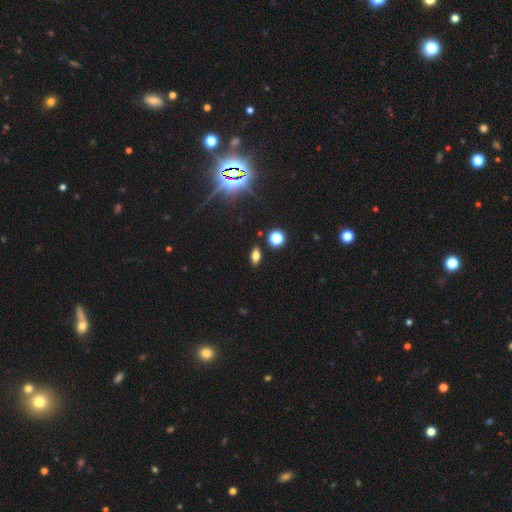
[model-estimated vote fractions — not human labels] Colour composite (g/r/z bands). It shows a smooth galaxy with no disk features (69%) that is in between round and cigar-shaped (84%). Merging: none (86%).